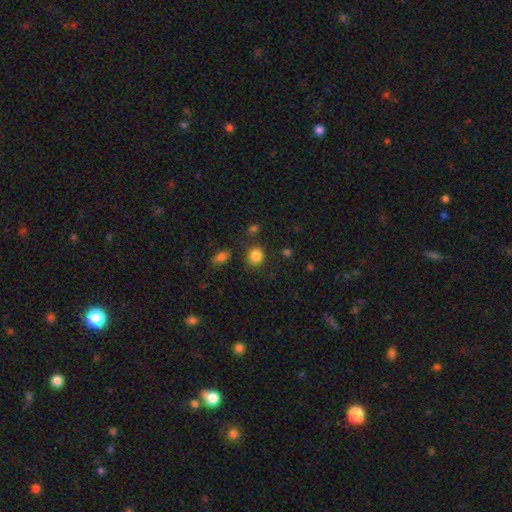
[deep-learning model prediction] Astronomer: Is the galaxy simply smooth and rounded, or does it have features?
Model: smooth — 86%.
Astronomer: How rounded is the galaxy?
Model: round — 80%.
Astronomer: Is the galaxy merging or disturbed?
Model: none — 82%.